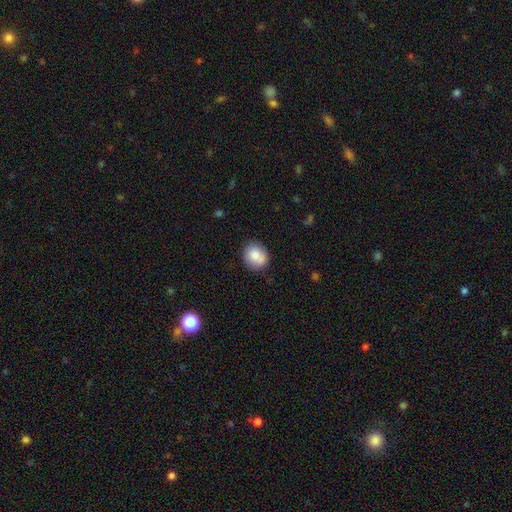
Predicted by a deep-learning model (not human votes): A smooth galaxy with no disk features (82%) that is round (73%). Merging: none (76%).